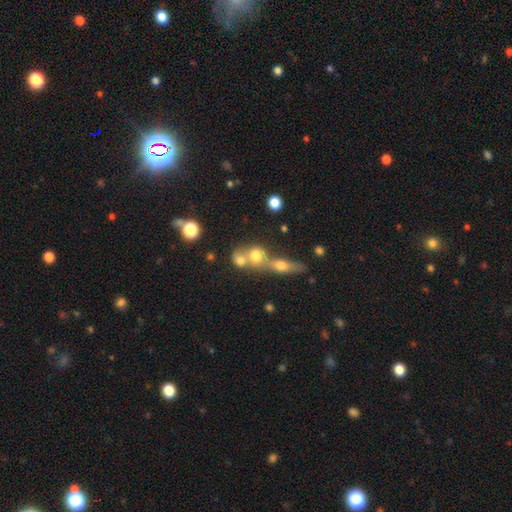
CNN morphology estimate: A smooth galaxy with no disk features (69%) that is round (68%).

Vote fractions:
- Smooth or featured? smooth: 69% / featured or disk: 19% / star or artifact: 13%
- How rounded? round: 68% / in between: 28% / cigar-shaped: 4%
- Merging? merger: 64% / none: 27% / minor disturbance: 6% / major disturbance: 4%